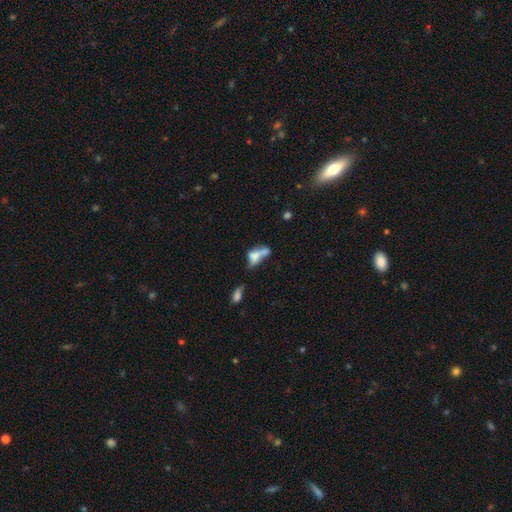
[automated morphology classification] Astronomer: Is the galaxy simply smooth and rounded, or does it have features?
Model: smooth — 54% (runner-up: featured or disk, 33%).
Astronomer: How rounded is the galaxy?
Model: in between — 73%.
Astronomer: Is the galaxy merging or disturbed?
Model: merger — 43% (runner-up: major disturbance, 22%).